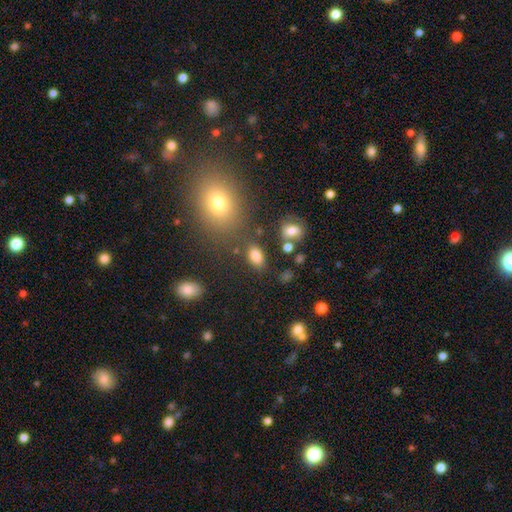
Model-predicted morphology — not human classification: A smooth galaxy with no disk features (81%) that is in between round and cigar-shaped (87%). Merging: none (72%).